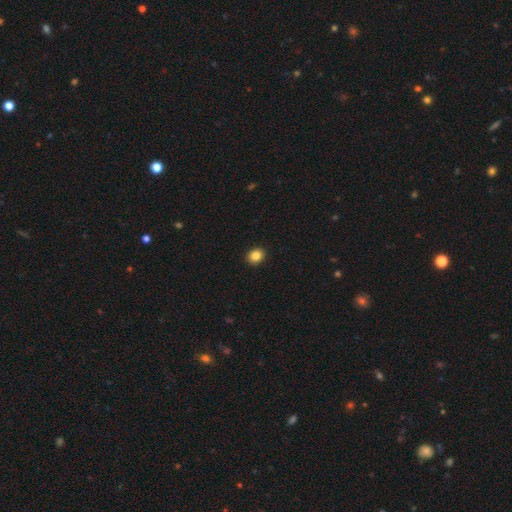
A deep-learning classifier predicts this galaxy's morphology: This appears to be a smooth galaxy with no disk features (86%) that is round (62%). Merging: none (92%).